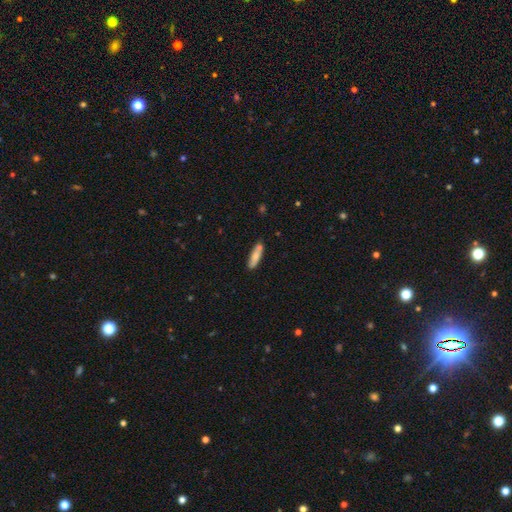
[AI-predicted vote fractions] Smooth or featured? smooth (77%)
How rounded? cigar-shaped (68%)
Merging? none (73%)